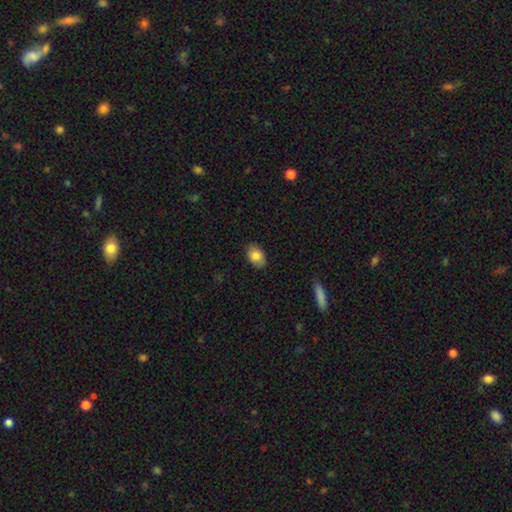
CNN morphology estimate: A smooth galaxy with no disk features (83%) that is in between round and cigar-shaped (89%). Merging: none (86%).